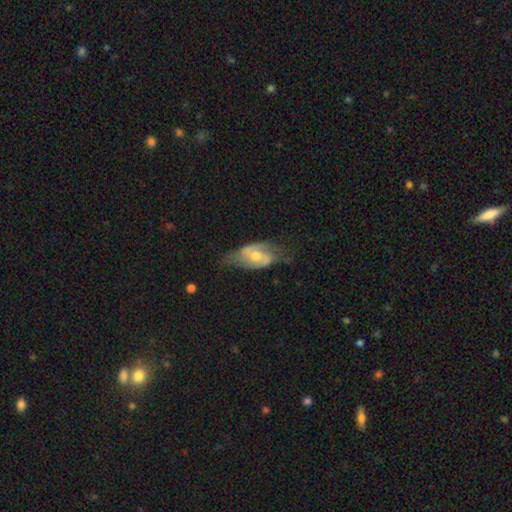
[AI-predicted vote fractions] Q: Smooth or featured?
A: featured or disk (64%); runner-up: smooth (30%)
Q: Edge-on disk?
A: no (91%); runner-up: yes (9%)
Q: Bar?
A: no (55%); runner-up: weak (35%)
Q: Spiral arms?
A: yes (74%); runner-up: no (26%)
Q: Bulge size?
A: moderate (65%); runner-up: small (28%)
Q: Merging?
A: none (50%); runner-up: minor disturbance (31%)